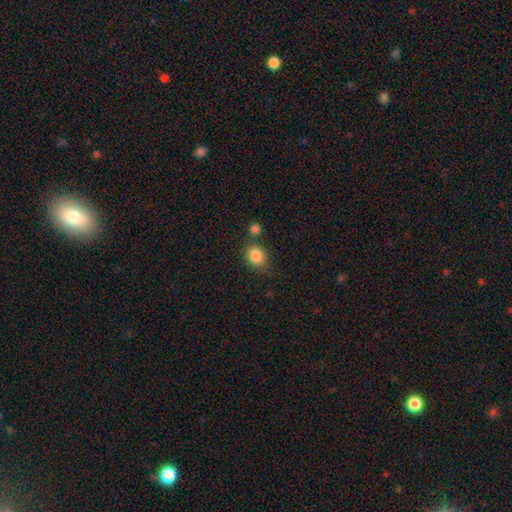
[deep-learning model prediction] smooth 85%, star or artifact 10%, featured or disk 5%. Down the decision tree: how rounded — round (75%); merging — none (64%).